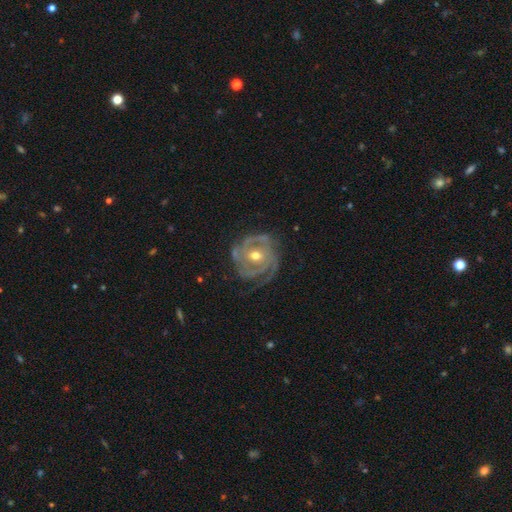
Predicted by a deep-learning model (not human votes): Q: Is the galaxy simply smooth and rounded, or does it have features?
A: featured or disk — 90%.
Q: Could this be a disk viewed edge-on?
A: no — 98%.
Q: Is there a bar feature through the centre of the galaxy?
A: no — 63%.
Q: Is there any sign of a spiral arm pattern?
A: yes — 97%.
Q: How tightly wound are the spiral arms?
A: tight — 68%.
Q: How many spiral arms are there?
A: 3 — 39%.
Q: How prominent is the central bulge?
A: moderate — 74%.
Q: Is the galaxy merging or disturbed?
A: none — 70%.